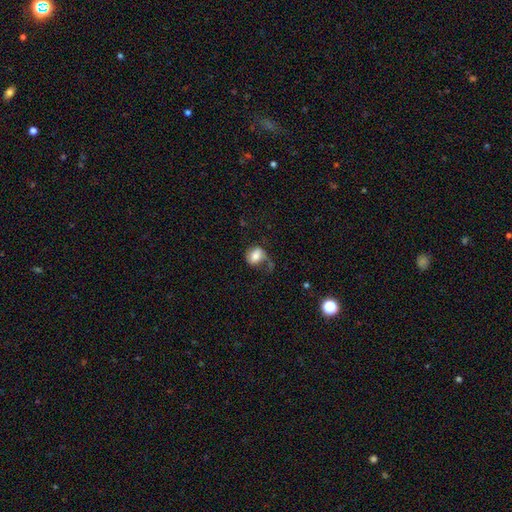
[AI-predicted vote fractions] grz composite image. It shows a smooth galaxy with no disk features (63%) that is in between round and cigar-shaped (58%). Merging: none (38%).